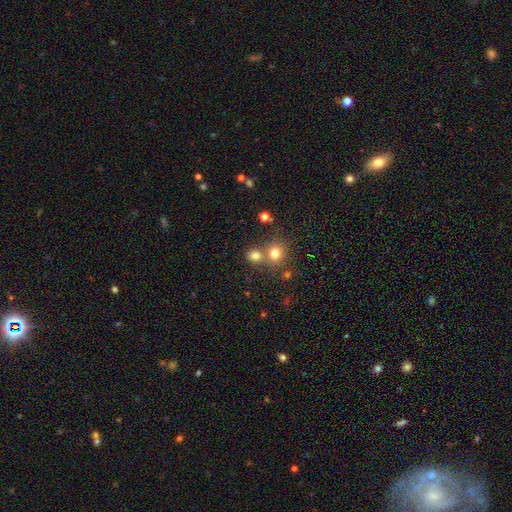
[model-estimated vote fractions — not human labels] smooth_or_featured: smooth (p=0.77) [alt: star or artifact p=0.15]
how_rounded: round (p=0.75) [alt: in between p=0.24]
merging: none (p=0.56) [alt: merger p=0.33]